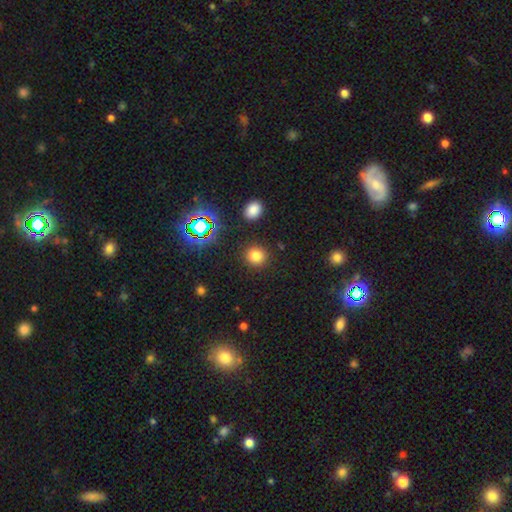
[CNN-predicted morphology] A smooth galaxy with no disk features (76%) that is round (89%).

Vote fractions:
- Smooth or featured? smooth: 76% / star or artifact: 18% / featured or disk: 6%
- How rounded? round: 89% / in between: 10% / cigar-shaped: 1%
- Merging? none: 90% / minor disturbance: 6% / major disturbance: 3% / merger: 2%